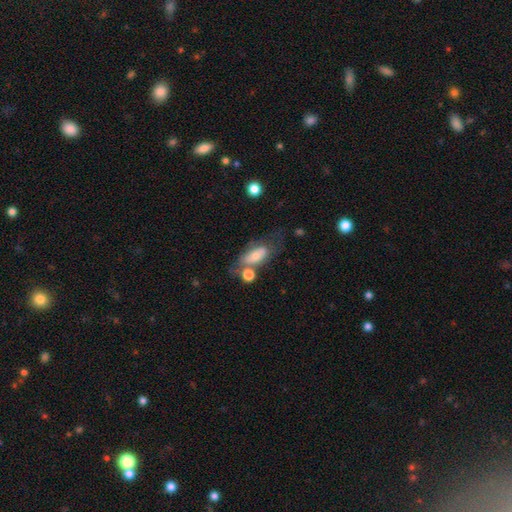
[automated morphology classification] smooth 61%, featured or disk 31%, star or artifact 8%. Down the decision tree: how rounded — in between (83%); merging — none (36%).